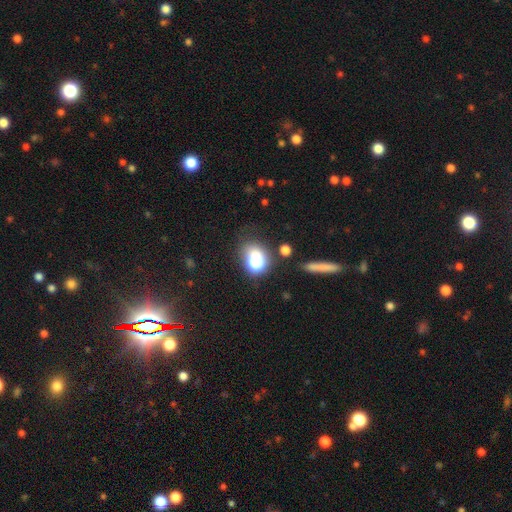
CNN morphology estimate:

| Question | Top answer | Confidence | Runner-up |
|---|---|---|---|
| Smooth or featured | smooth | 65% | star or artifact (19%) |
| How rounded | round | 49% | tied: in between (49%) |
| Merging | none | 48% | merger (25%) |